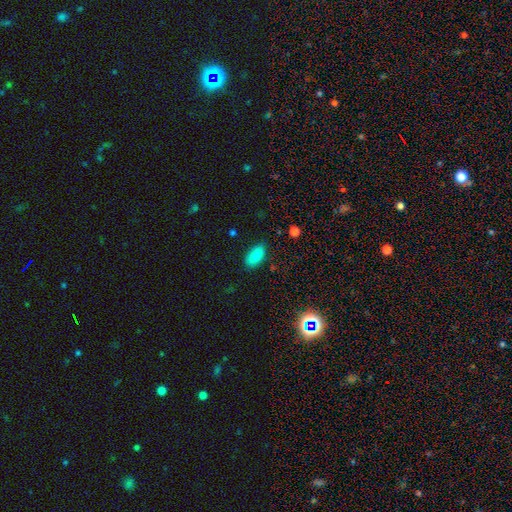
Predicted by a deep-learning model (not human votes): smooth_or_featured: smooth (p=0.85) [alt: star or artifact p=0.09]
how_rounded: in between (p=0.89) [alt: cigar-shaped p=0.08]
merging: none (p=0.83) [alt: minor disturbance p=0.13]